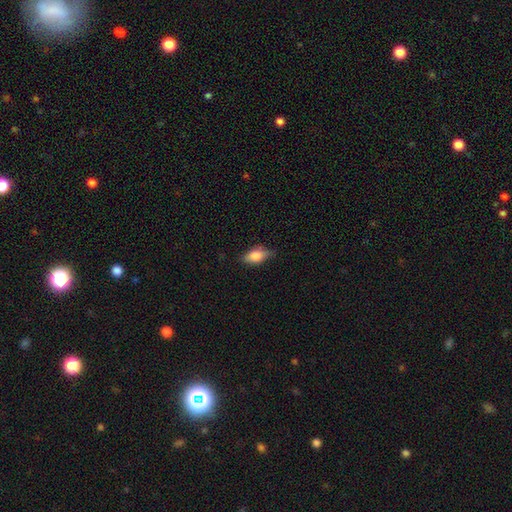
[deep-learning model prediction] A smooth galaxy with no disk features (71%) that is in between round and cigar-shaped (84%).

Vote fractions:
- Smooth or featured? smooth: 71% / featured or disk: 22% / star or artifact: 7%
- How rounded? in between: 84% / cigar-shaped: 9% / round: 7%
- Merging? none: 72% / minor disturbance: 22% / major disturbance: 4% / merger: 1%